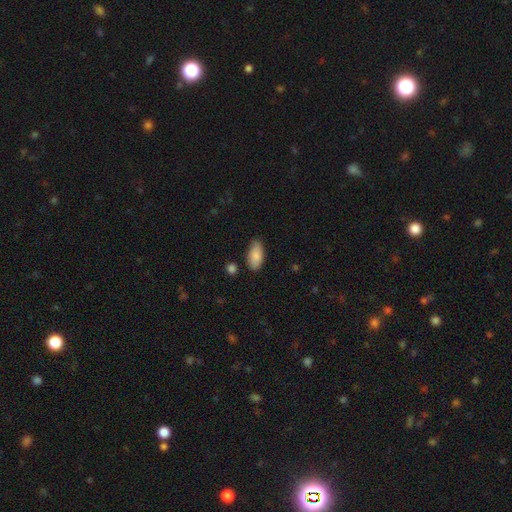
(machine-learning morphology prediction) Q: Smooth or featured?
A: smooth (87%); runner-up: star or artifact (6%)
Q: How rounded?
A: in between (91%); runner-up: cigar-shaped (7%)
Q: Merging?
A: none (78%); runner-up: minor disturbance (16%)